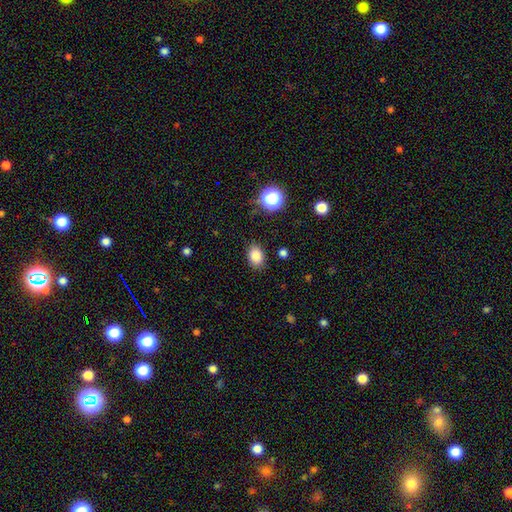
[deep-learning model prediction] Morphology: type=smooth (84%); roundness=in between (72%); merging=none (85%).